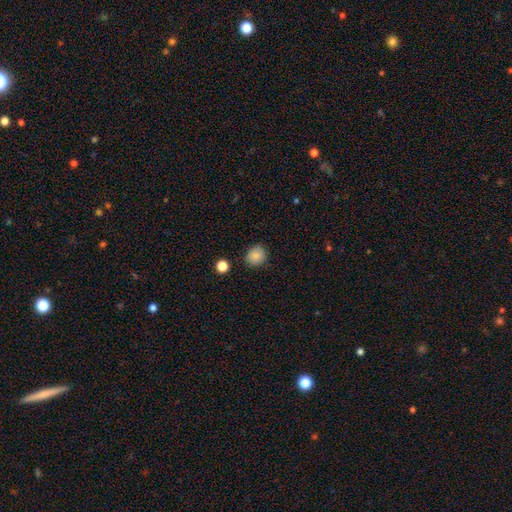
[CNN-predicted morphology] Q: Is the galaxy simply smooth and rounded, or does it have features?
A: smooth — 85%.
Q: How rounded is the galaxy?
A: round — 74%.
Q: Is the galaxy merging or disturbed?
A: none — 82%.